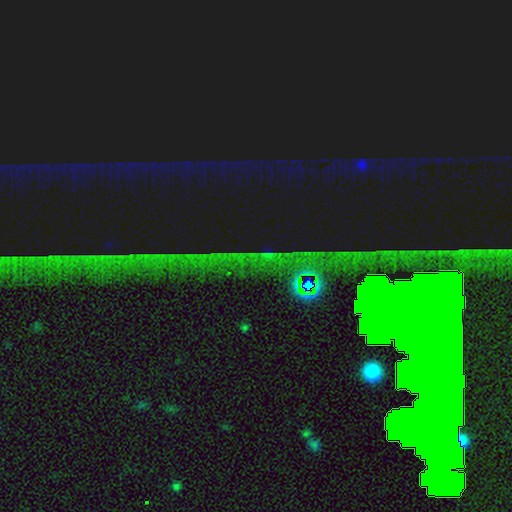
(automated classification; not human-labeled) star or artifact 80%, featured or disk 12%, smooth 9%.